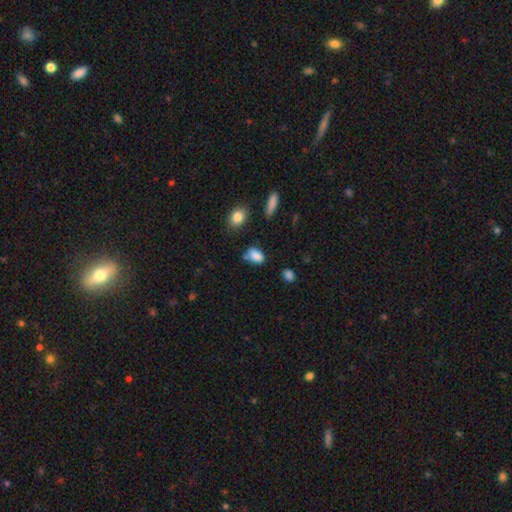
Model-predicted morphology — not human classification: smooth_or_featured: smooth (p=0.84) [alt: star or artifact p=0.10]
how_rounded: in between (p=0.87) [alt: round p=0.11]
merging: none (p=0.61) [alt: minor disturbance p=0.22]